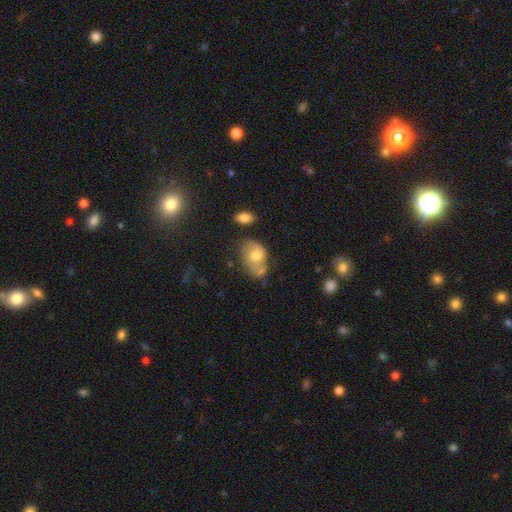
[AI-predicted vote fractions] The model was most divided on "merging": none: 40%, minor disturbance: 27%, merger: 22%, major disturbance: 11%. More confident: how rounded — in between (77%); smooth or featured — smooth (59%).